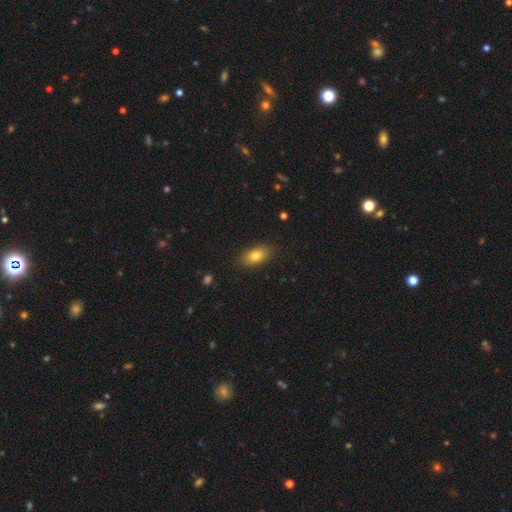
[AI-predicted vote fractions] Q: Smooth or featured?
A: smooth (80%); runner-up: featured or disk (11%)
Q: How rounded?
A: in between (86%); runner-up: round (8%)
Q: Merging?
A: none (86%); runner-up: minor disturbance (11%)